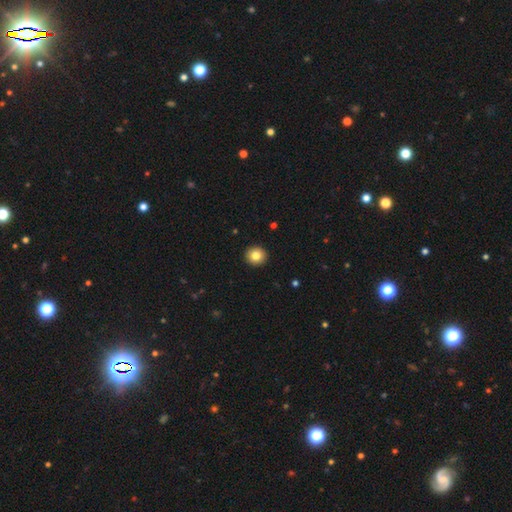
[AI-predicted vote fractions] Smooth or featured? Predicted: smooth (p=0.83). How rounded? Predicted: round (p=0.91). Merging? Predicted: none (p=0.93).